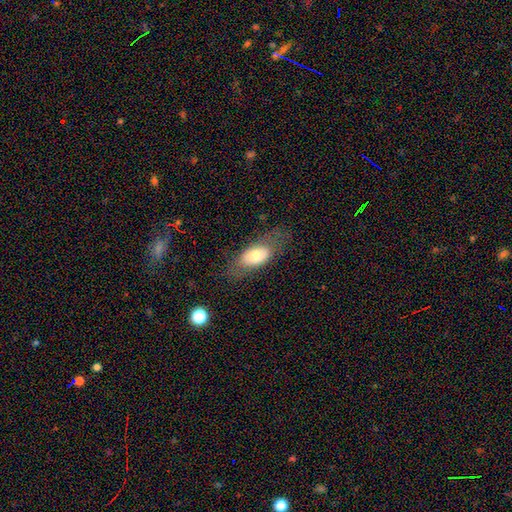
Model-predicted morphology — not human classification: Overall: smooth (66%; featured or disk 27%). How rounded: in between (86%). Merging: none (70%).